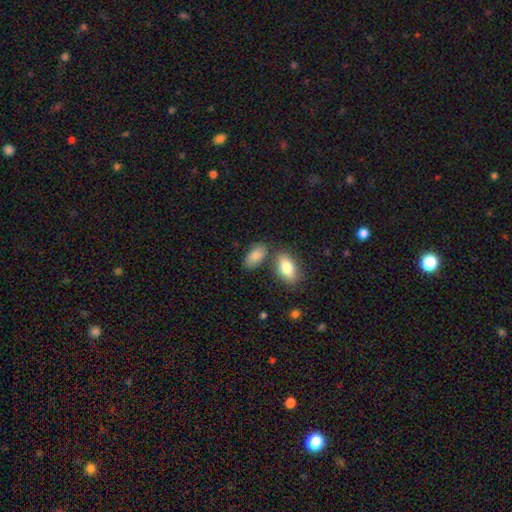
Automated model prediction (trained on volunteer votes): Smooth or featured? Predicted: smooth (p=0.85). How rounded? Predicted: in between (p=0.92). Merging? Predicted: none (p=0.65).